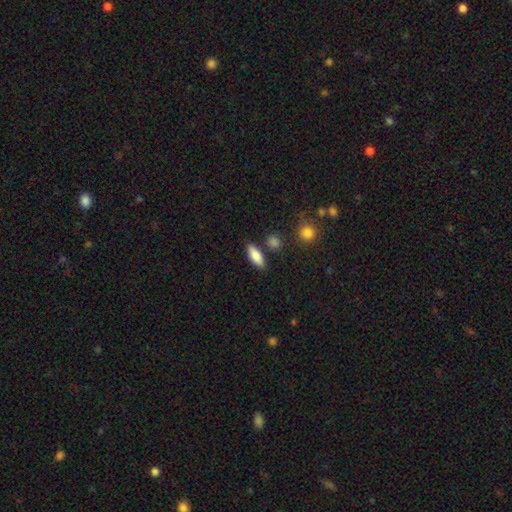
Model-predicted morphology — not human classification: A smooth galaxy with no disk features (83%) that is in between round and cigar-shaped (73%).

Vote fractions:
- Smooth or featured? smooth: 83% / featured or disk: 10% / star or artifact: 7%
- How rounded? in between: 73% / cigar-shaped: 24% / round: 3%
- Merging? none: 81% / minor disturbance: 11% / merger: 5% / major disturbance: 3%